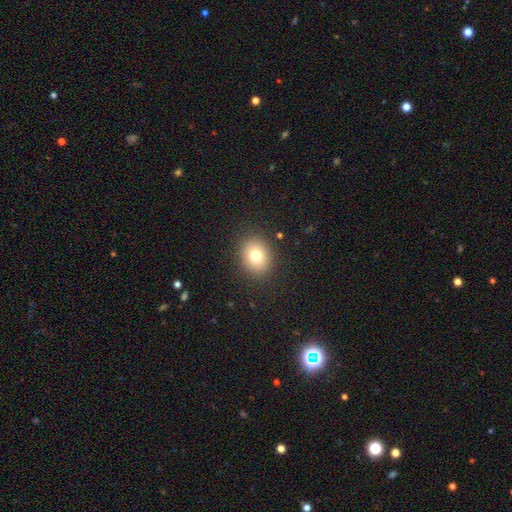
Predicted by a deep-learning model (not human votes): smooth 78%, star or artifact 12%, featured or disk 10%. Down the decision tree: how rounded — round (62%); merging — none (89%).